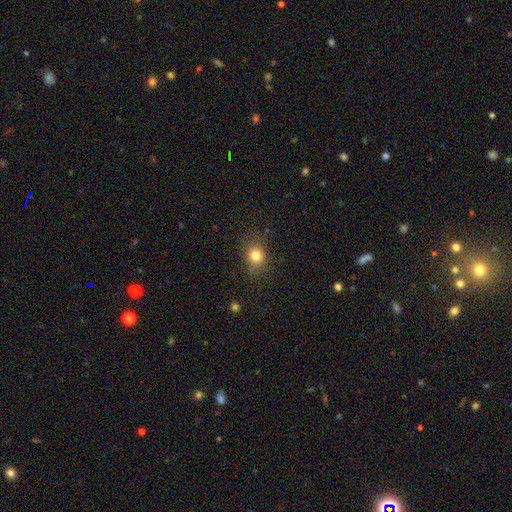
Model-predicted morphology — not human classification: This is clearly a smooth galaxy (80%). How rounded: possibly round (60%). Merging: likely none (78%).